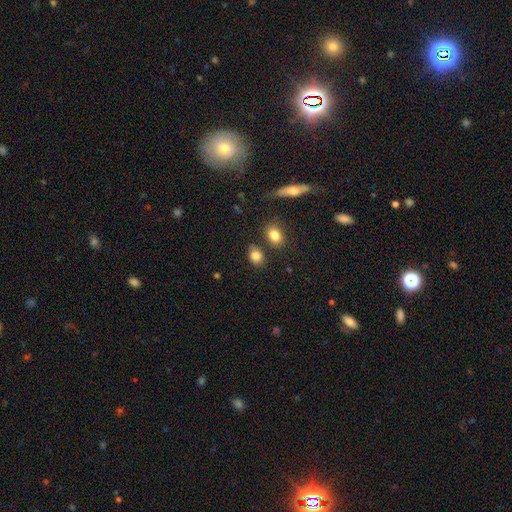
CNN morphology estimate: A smooth galaxy with no disk features (84%) that is in between round and cigar-shaped (62%).

Vote fractions:
- Smooth or featured? smooth: 84% / star or artifact: 10% / featured or disk: 7%
- How rounded? in between: 62% / round: 37% / cigar-shaped: 2%
- Merging? none: 73% / minor disturbance: 13% / merger: 11% / major disturbance: 3%